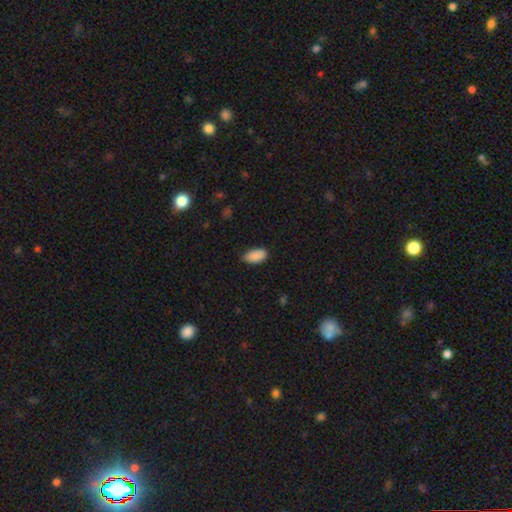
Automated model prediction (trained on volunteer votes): Smooth or featured? smooth (89%)
How rounded? in between (93%)
Merging? none (71%)